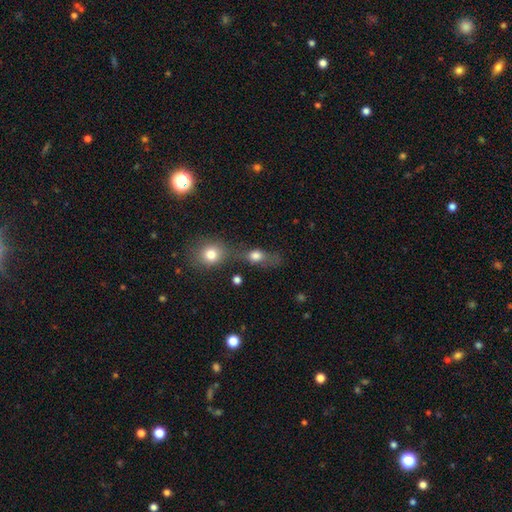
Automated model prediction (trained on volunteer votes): Smooth or featured? smooth (74%)
How rounded? in between (49%)
Merging? none (38%)